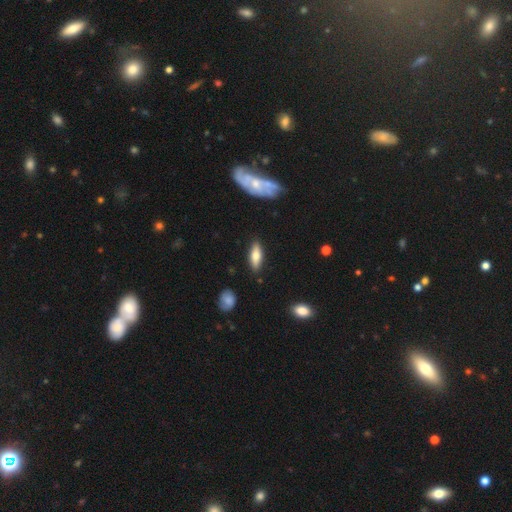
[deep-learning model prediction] smooth_or_featured: smooth (p=0.66) [alt: featured or disk p=0.28]
how_rounded: in between (p=0.57) [alt: cigar-shaped p=0.41]
merging: none (p=0.85) [alt: minor disturbance p=0.10]